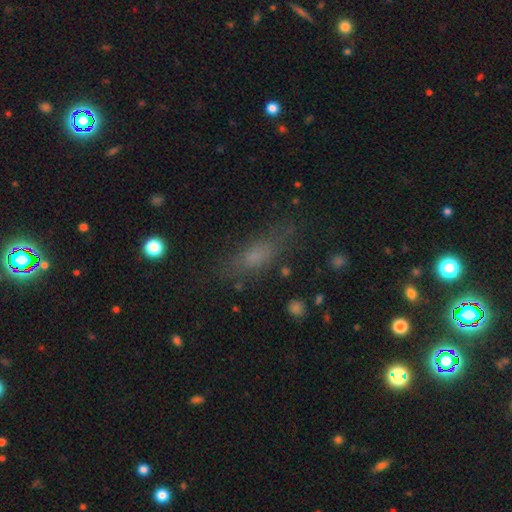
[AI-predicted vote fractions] This appears to be a smooth galaxy with no disk features (65%) that is in between round and cigar-shaped (56%). Merging: none (71%).